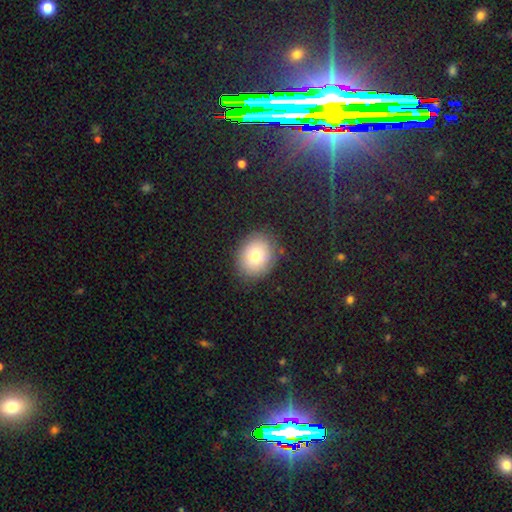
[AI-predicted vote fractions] This is likely a smooth galaxy (76%). How rounded: possibly round (58%). Merging: clearly none (85%).